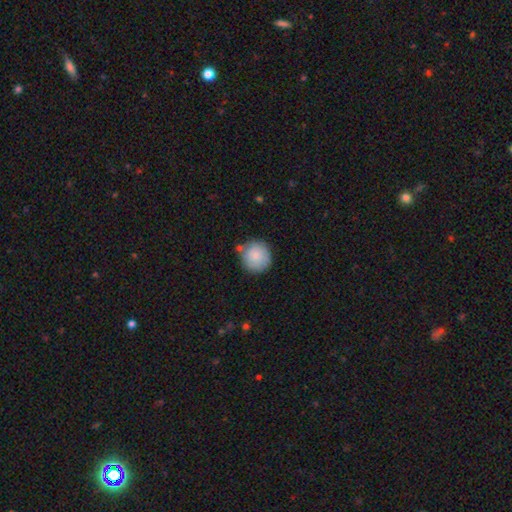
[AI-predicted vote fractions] Morphology: type=smooth (84%); roundness=round (94%); merging=none (75%).